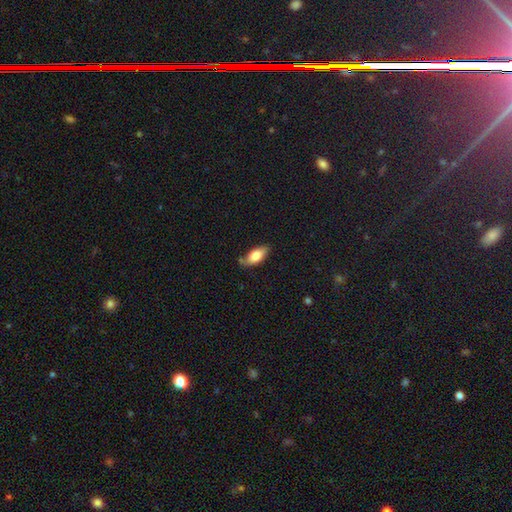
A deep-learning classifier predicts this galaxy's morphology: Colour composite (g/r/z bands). It shows a smooth galaxy with no disk features (78%) that is in between round and cigar-shaped (86%). Merging: none (69%).